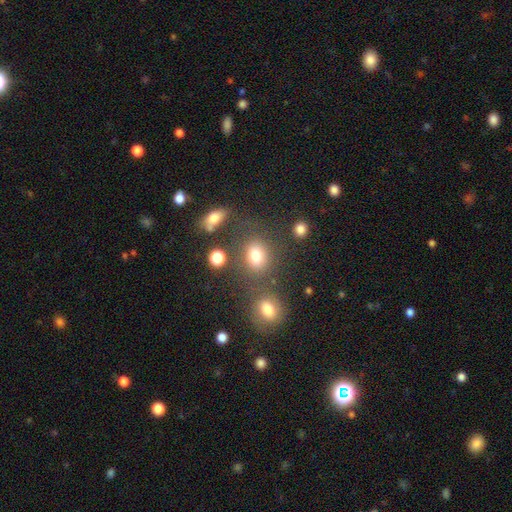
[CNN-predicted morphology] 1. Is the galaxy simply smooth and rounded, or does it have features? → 78% smooth, 14% star or artifact, 8% featured or disk.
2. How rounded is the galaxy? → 50% in between, 48% round, 1% cigar-shaped.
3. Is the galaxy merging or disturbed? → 67% none, 14% merger, 13% minor disturbance, 6% major disturbance.